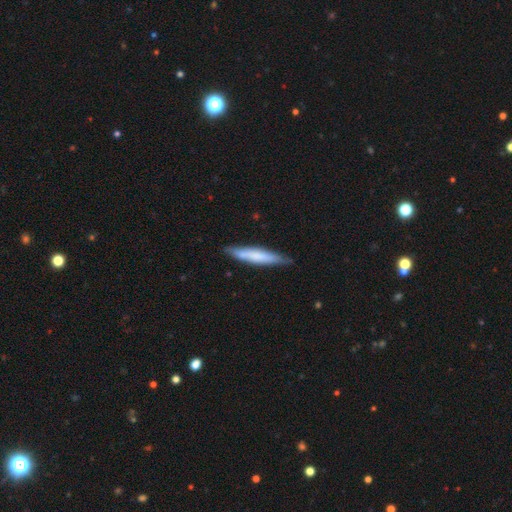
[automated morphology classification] Q: Smooth or featured?
A: smooth (64%); runner-up: featured or disk (31%)
Q: How rounded?
A: cigar-shaped (91%); runner-up: in between (7%)
Q: Merging?
A: none (83%); runner-up: minor disturbance (13%)